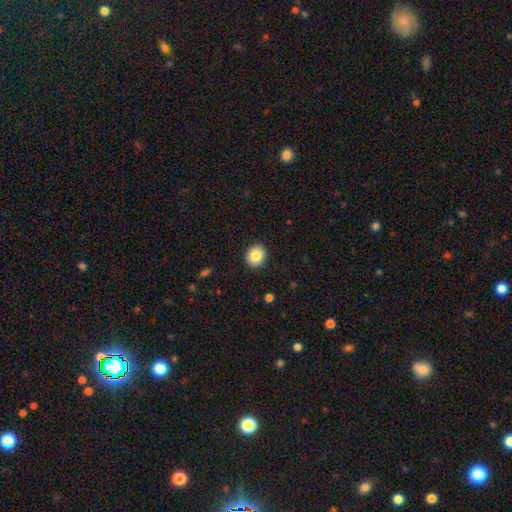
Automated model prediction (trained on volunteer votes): Smooth or featured?
  - smooth: 86% *
  - star or artifact: 8%
  - featured or disk: 6%
How rounded?
  - round: 72% *
  - in between: 27%
  - cigar-shaped: 1%
Merging?
  - none: 91% *
  - minor disturbance: 6%
  - major disturbance: 2%
  - merger: 1%